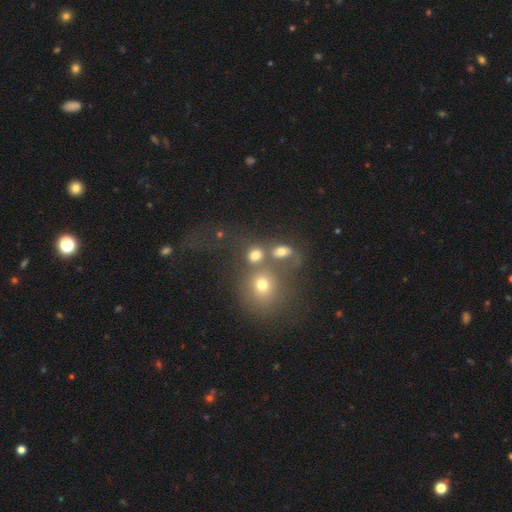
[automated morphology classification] Overall: smooth (59%; star or artifact 23%). How rounded: round (69%). Merging: merger (47%; none 32%).